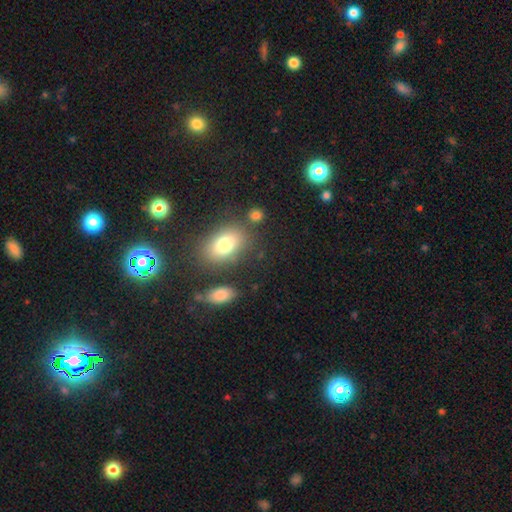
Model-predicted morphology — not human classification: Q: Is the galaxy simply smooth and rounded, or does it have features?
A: smooth — 67%.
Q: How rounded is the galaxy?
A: in between — 78%.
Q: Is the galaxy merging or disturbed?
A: none — 78%.